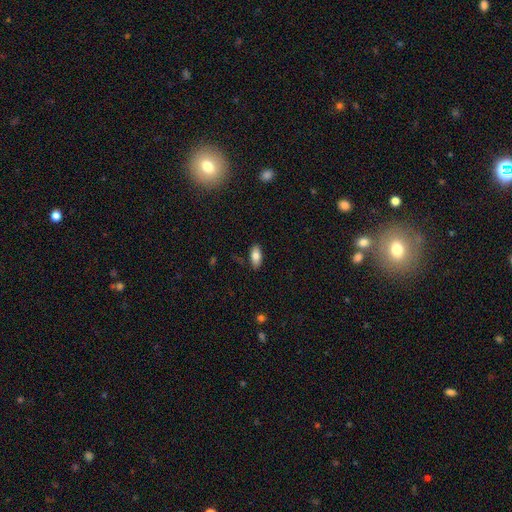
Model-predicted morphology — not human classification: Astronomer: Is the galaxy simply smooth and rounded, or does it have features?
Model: smooth — 81%.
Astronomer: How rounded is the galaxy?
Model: in between — 87%.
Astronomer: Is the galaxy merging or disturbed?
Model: none — 86%.